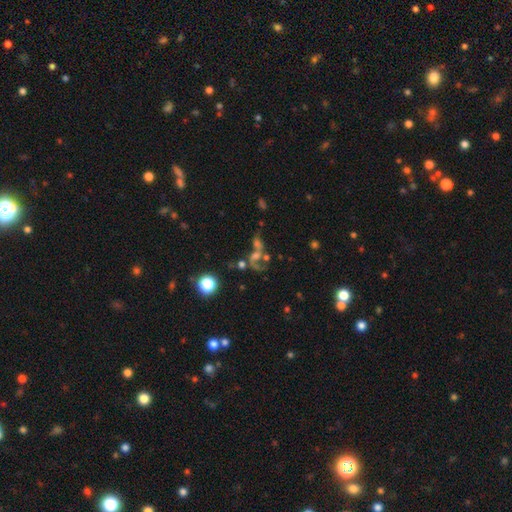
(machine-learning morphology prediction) This is marginally a featured or disk galaxy (41%). Merging: possibly merger (51%).